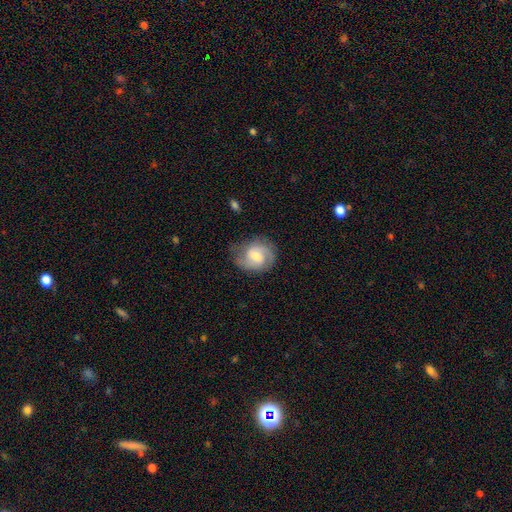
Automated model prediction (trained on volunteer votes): A featured or disk galaxy (61%) with a weak bar (54%), 2 (73%) medium (48%) spiral arms (89%) and a moderate central bulge (54%).

Vote fractions:
- Smooth or featured? featured or disk: 61% / smooth: 32% / star or artifact: 7%
- Edge-on disk? no: 97% / yes: 3%
- Bar? weak: 54% / no: 32% / strong: 14%
- Spiral arms? yes: 89% / no: 11%
- Spiral winding? medium: 48% / tight: 32% / loose: 20%
- Spiral arm count? 2: 73% / can't tell: 13% / 1: 6% / 3: 5% / 4: 1% / more than 4: 1%
- Bulge size? moderate: 54% / small: 36% / large: 6% / none: 3% / dominant: 1%
- Merging? none: 67% / minor disturbance: 23% / major disturbance: 9% / merger: 1%